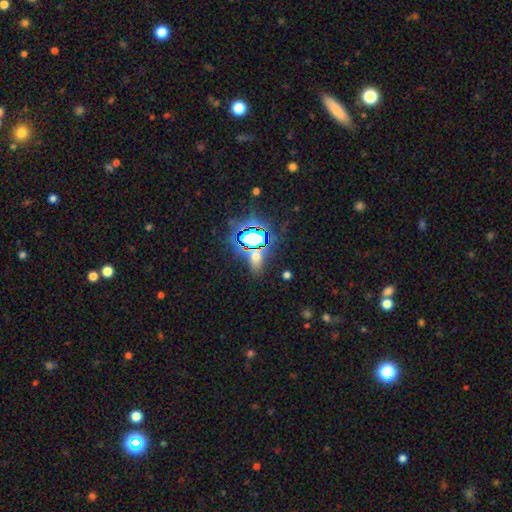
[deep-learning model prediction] Smooth or featured? Predicted: star or artifact (p=0.52).